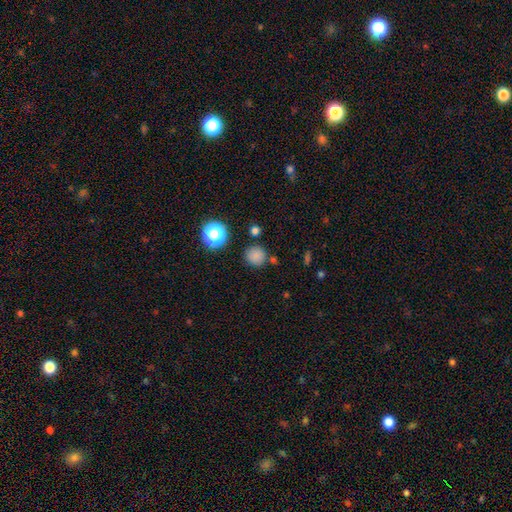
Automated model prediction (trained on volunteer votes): smooth 80%, star or artifact 15%, featured or disk 5%. Down the decision tree: how rounded — round (92%); merging — none (80%).